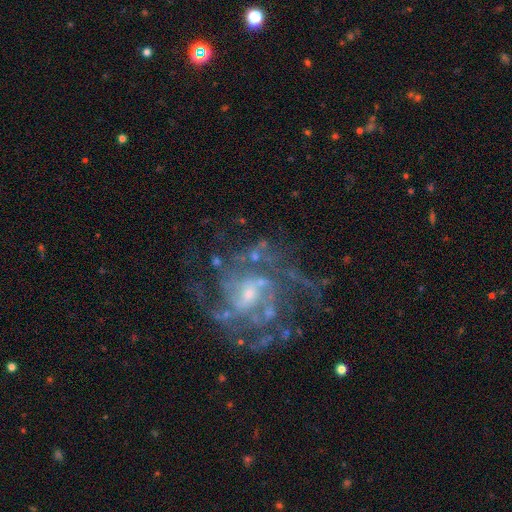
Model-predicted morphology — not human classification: Smooth or featured?
  - featured or disk: 86% *
  - star or artifact: 8%
  - smooth: 6%
Edge-on disk?
  - no: 98% *
  - yes: 2%
Bar?
  - no: 47% *
  - weak: 42%
  - strong: 10%
Spiral arms?
  - yes: 93% *
  - no: 7%
Spiral winding?
  - medium: 45% *
  - tight: 40%
  - loose: 16%
Spiral arm count?
  - can't tell: 29% *
  - 3: 20%
  - 4: 18%
  - 2: 18%
  - more than 4: 8%
  - 1: 7%
Bulge size?
  - small: 61% *
  - moderate: 31%
  - none: 5%
  - large: 2%
  - dominant: 1%
Merging?
  - none: 62% *
  - major disturbance: 18%
  - minor disturbance: 17%
  - merger: 3%